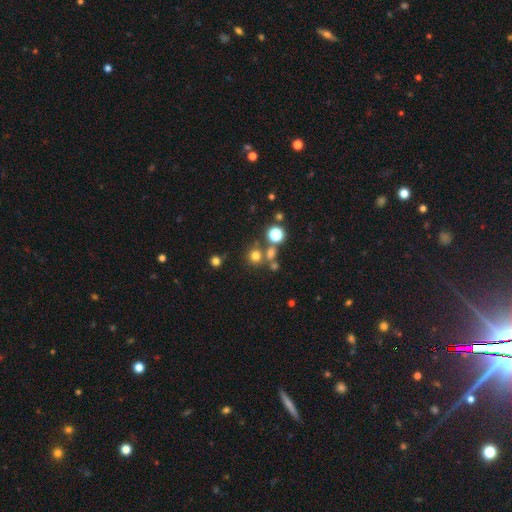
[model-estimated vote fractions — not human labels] A smooth galaxy with no disk features (69%) that is round (89%). Merging: none (70%).